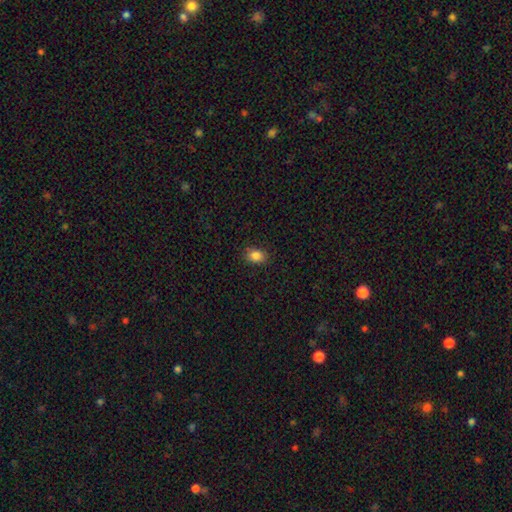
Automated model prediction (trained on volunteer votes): Q: Smooth or featured?
A: smooth (85%); runner-up: star or artifact (10%)
Q: How rounded?
A: in between (67%); runner-up: round (32%)
Q: Merging?
A: none (88%); runner-up: minor disturbance (9%)